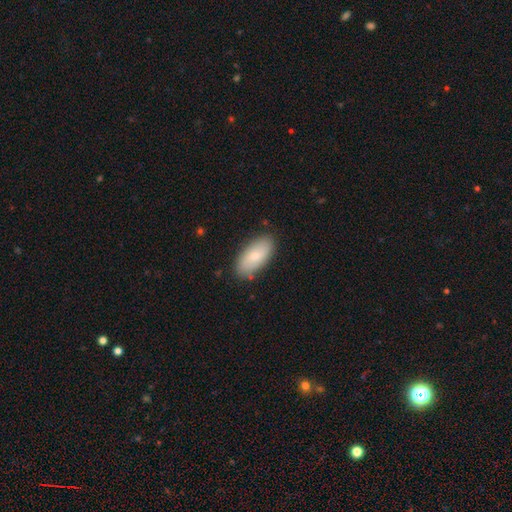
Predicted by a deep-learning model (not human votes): Smooth or featured? Predicted: smooth (p=0.75). How rounded? Predicted: in between (p=0.91). Merging? Predicted: none (p=0.82).